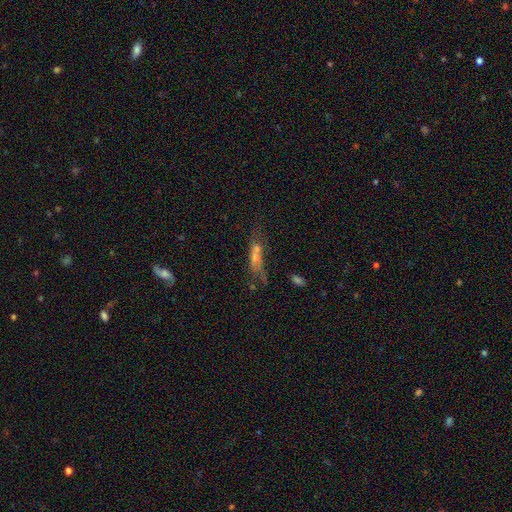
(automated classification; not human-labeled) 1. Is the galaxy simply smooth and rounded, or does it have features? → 50% smooth, 34% featured or disk, 16% star or artifact.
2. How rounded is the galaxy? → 49% cigar-shaped, 45% in between, 6% round.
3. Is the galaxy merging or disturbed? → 37% merger, 30% none, 17% major disturbance, 15% minor disturbance.